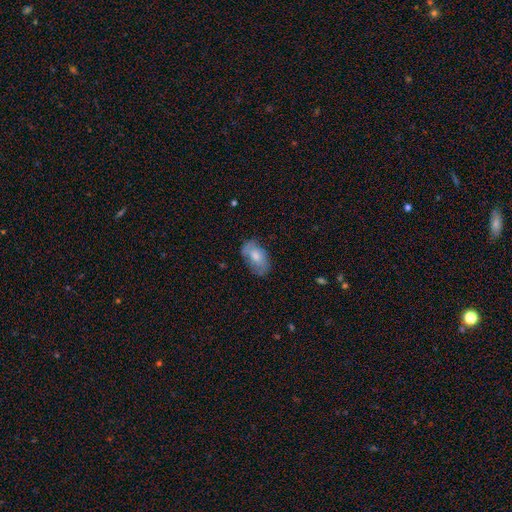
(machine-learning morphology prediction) Smooth or featured? Predicted: smooth (p=0.68). How rounded? Predicted: in between (p=0.93). Merging? Predicted: none (p=0.64).